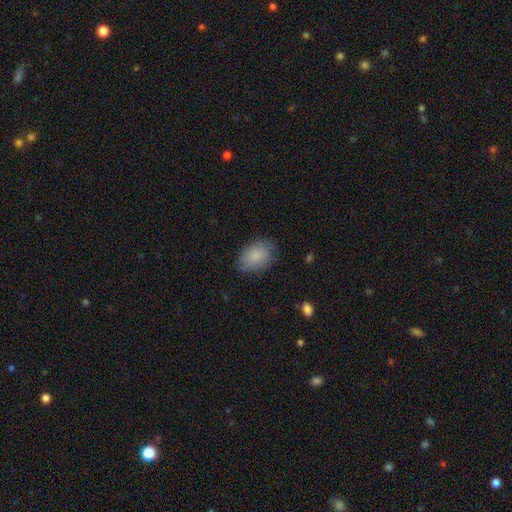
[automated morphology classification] A smooth galaxy with no disk features (85%) that is in between round and cigar-shaped (82%).

Vote fractions:
- Smooth or featured? smooth: 85% / featured or disk: 8% / star or artifact: 7%
- How rounded? in between: 82% / round: 17% / cigar-shaped: 1%
- Merging? none: 77% / minor disturbance: 18% / major disturbance: 4% / merger: 1%